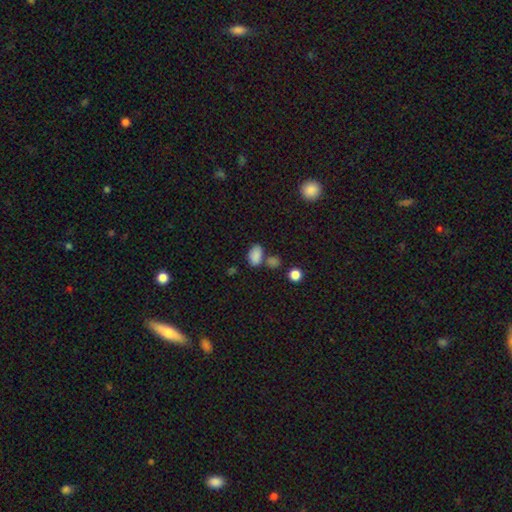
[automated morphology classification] Smooth or featured? smooth (84%)
How rounded? in between (90%)
Merging? none (56%)